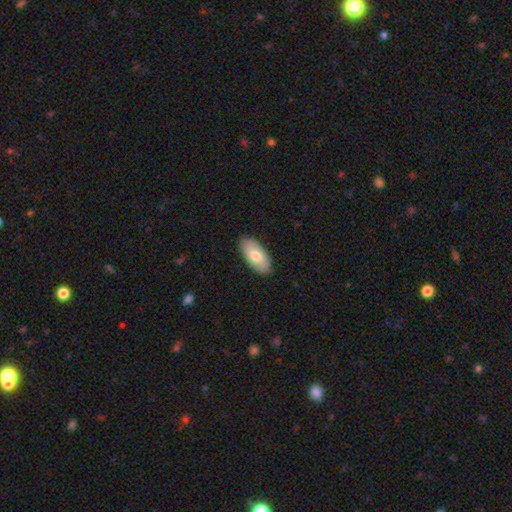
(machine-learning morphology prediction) smooth 64%, featured or disk 31%, star or artifact 5%. Down the decision tree: how rounded — in between (94%); merging — none (88%).